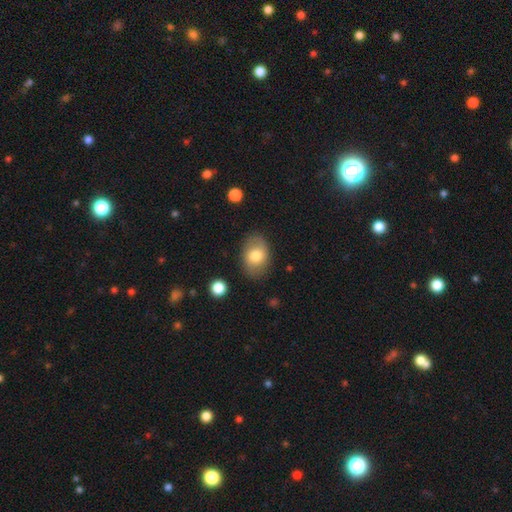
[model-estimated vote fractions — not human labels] smooth_or_featured: smooth (p=0.75) [alt: featured or disk p=0.18]
how_rounded: in between (p=0.81) [alt: round p=0.17]
merging: none (p=0.81) [alt: minor disturbance p=0.13]